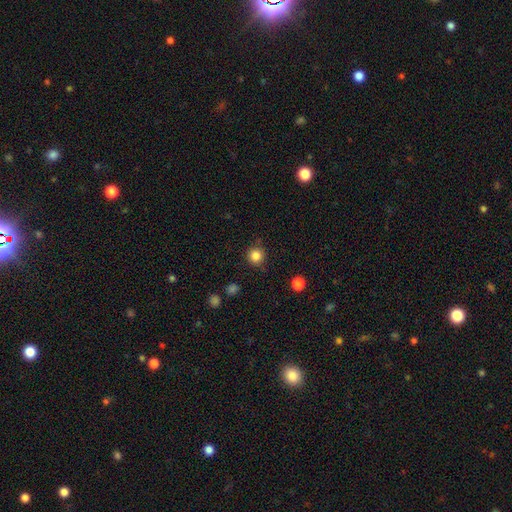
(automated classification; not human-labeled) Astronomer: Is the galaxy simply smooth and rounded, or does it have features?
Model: smooth — 84%.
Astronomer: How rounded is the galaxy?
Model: round — 94%.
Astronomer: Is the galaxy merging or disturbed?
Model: none — 88%.